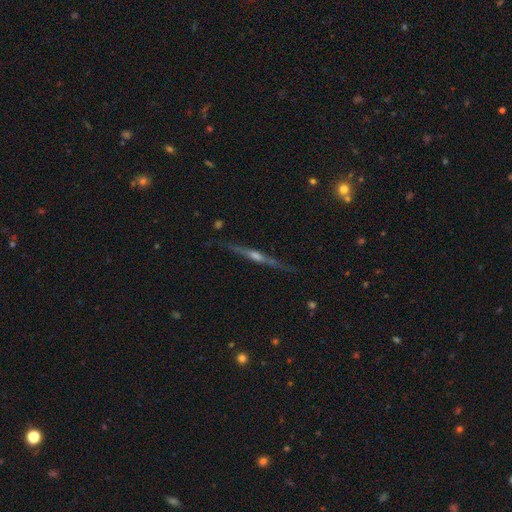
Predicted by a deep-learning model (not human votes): This appears to be a featured or disk galaxy (80%) viewed edge-on (97%) with a rounded central bulge (79%). Merging: none (86%).